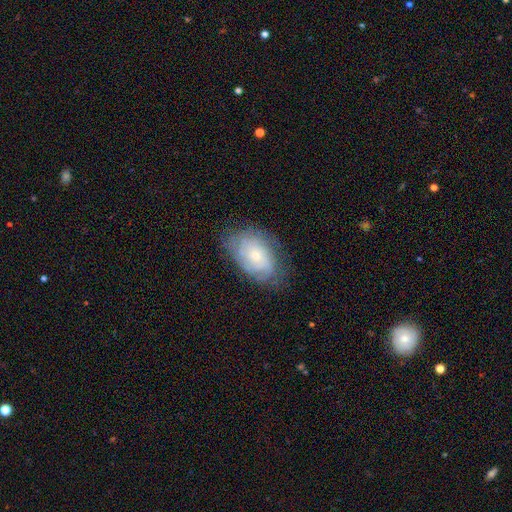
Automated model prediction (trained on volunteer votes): featured or disk 57%, smooth 36%, star or artifact 8%. Down the decision tree: edge-on disk — no (95%); bar — no (80%); spiral arms — yes (80%); bulge size — small (59%); merging — none (70%).